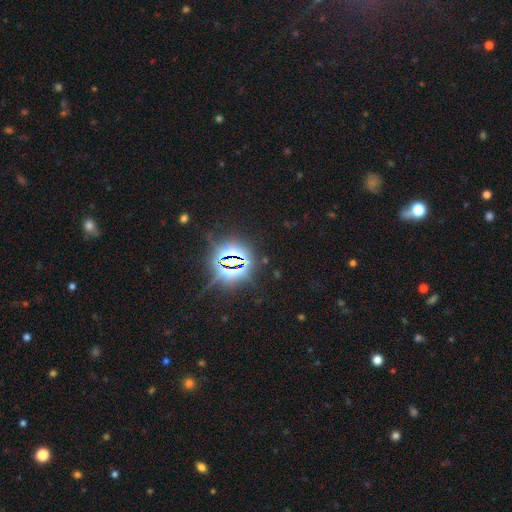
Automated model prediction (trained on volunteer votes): A star or artifact, not a galaxy (84%).

Vote fractions:
- Smooth or featured? star or artifact: 84% / smooth: 9% / featured or disk: 6%